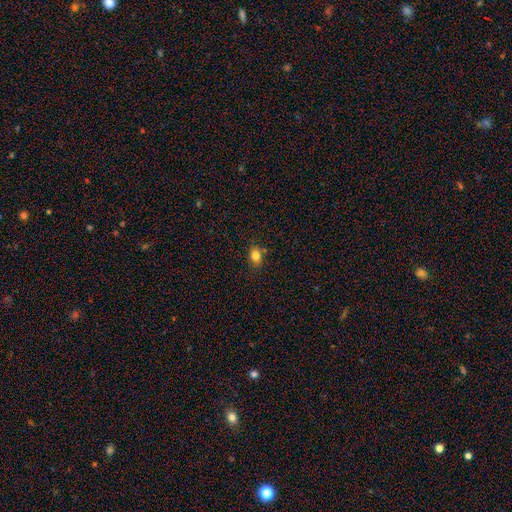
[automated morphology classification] The model was most divided on "how rounded": in between: 67%, round: 31%, cigar-shaped: 1%. More confident: merging — none (82%); smooth or featured — smooth (82%).